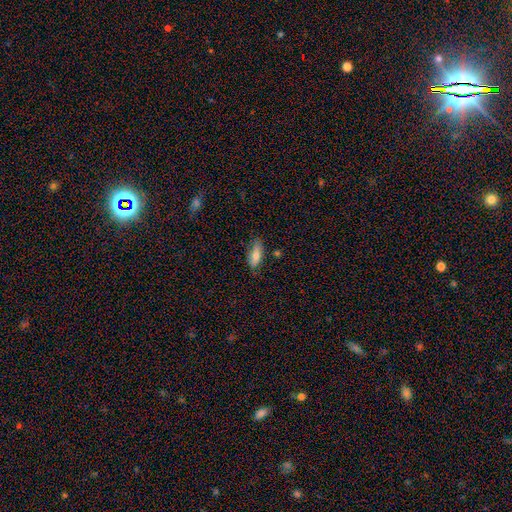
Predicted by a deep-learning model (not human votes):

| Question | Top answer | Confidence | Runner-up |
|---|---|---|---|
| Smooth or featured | smooth | 72% | featured or disk (21%) |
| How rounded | in between | 72% | cigar-shaped (25%) |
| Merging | none | 74% | minor disturbance (20%) |